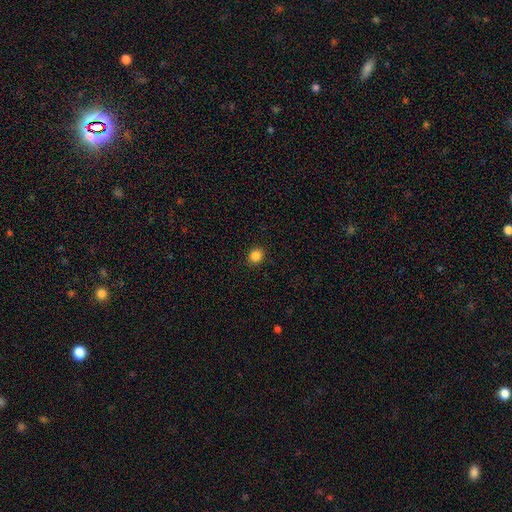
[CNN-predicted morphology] A smooth galaxy with no disk features (86%) that is round (82%).

Vote fractions:
- Smooth or featured? smooth: 86% / star or artifact: 11% / featured or disk: 3%
- How rounded? round: 82% / in between: 17% / cigar-shaped: 1%
- Merging? none: 91% / minor disturbance: 6% / major disturbance: 2% / merger: 1%